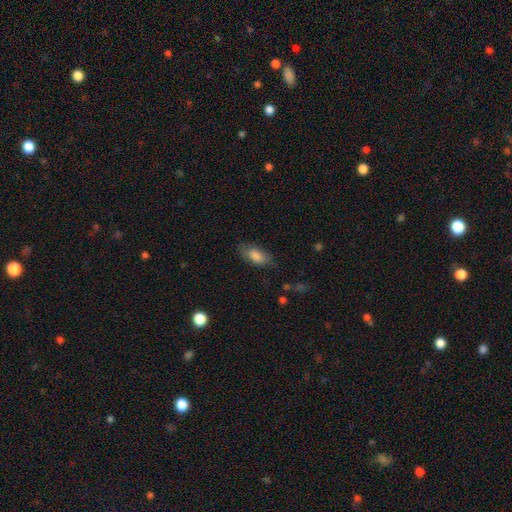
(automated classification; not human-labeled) A smooth galaxy with no disk features (81%) that is in between round and cigar-shaped (88%).

Vote fractions:
- Smooth or featured? smooth: 81% / featured or disk: 12% / star or artifact: 7%
- How rounded? in between: 88% / cigar-shaped: 8% / round: 4%
- Merging? none: 74% / minor disturbance: 19% / major disturbance: 6% / merger: 1%